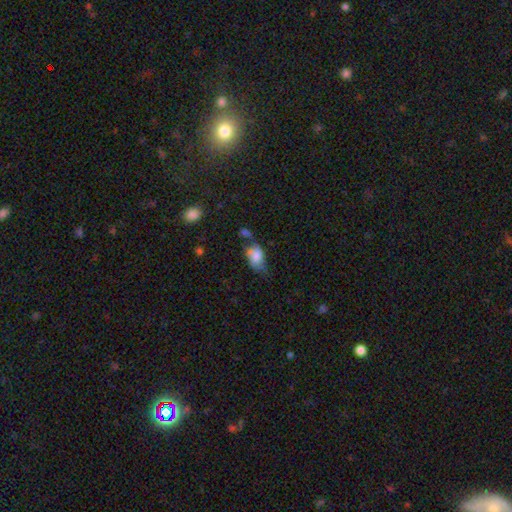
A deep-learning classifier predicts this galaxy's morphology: Overall: smooth (69%). How rounded: in between (85%). Merging: none (34%; minor disturbance 32%).